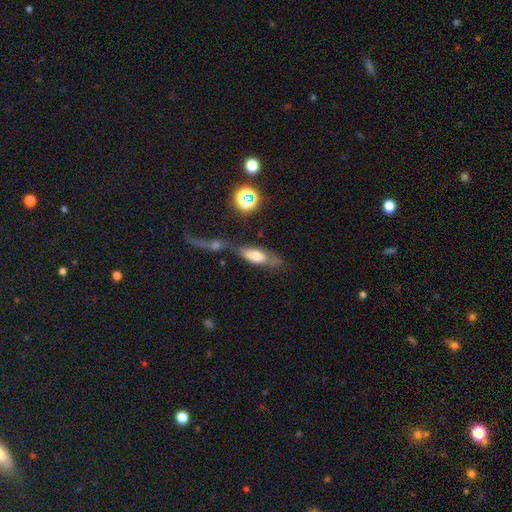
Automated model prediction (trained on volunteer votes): Smooth or featured? Predicted: smooth (p=0.58). How rounded? Predicted: in between (p=0.70). Merging? Predicted: none (p=0.40).